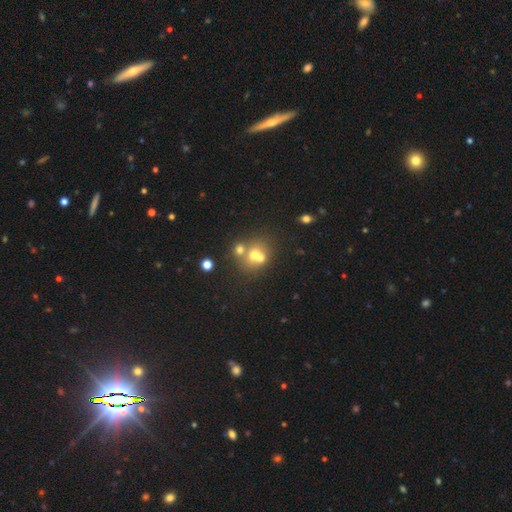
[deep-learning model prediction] Smooth or featured? smooth (57%)
How rounded? round (71%)
Merging? merger (54%)